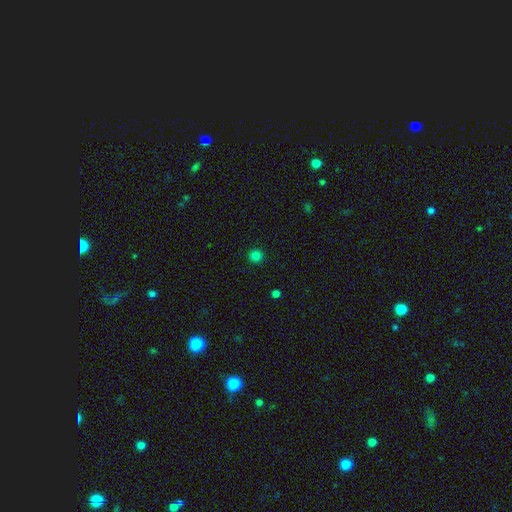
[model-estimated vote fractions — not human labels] smooth_or_featured: smooth (p=0.81) [alt: star or artifact p=0.16]
how_rounded: round (p=0.94) [alt: in between p=0.05]
merging: none (p=0.92) [alt: minor disturbance p=0.05]